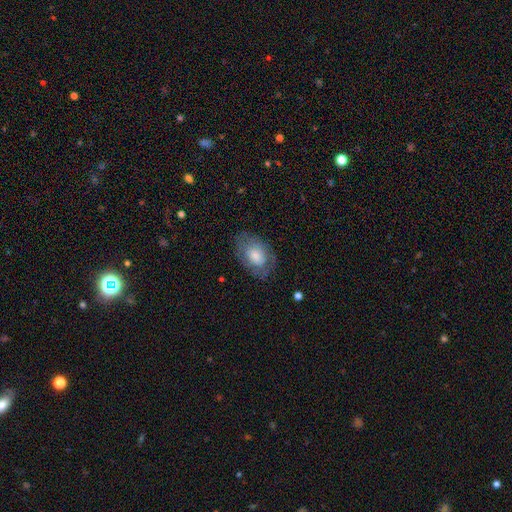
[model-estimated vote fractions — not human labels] Morphology: type=smooth (61%); roundness=in between (85%); merging=none (70%).